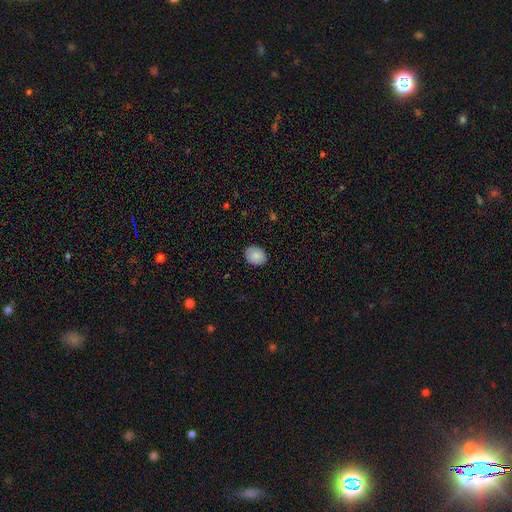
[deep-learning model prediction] This is clearly a smooth galaxy (87%). How rounded: possibly in between (51%). Merging: clearly none (86%).